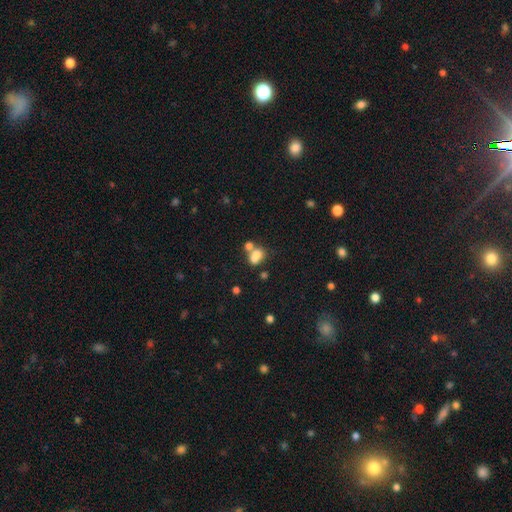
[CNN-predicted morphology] Smooth or featured? smooth (74%)
How rounded? in between (67%)
Merging? merger (55%)